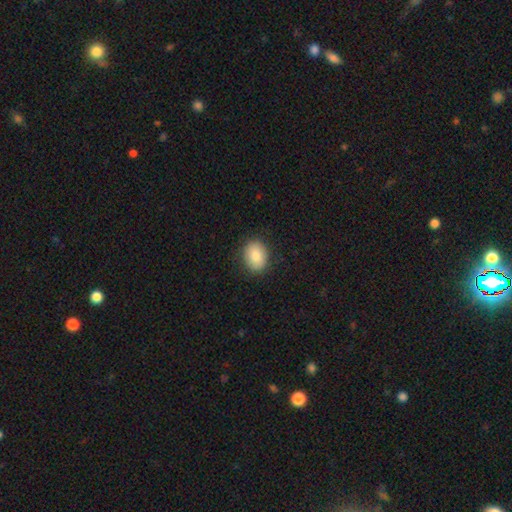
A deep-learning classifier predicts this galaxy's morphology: Smooth or featured? Predicted: smooth (p=0.85). How rounded? Predicted: in between (p=0.56). Merging? Predicted: none (p=0.88).